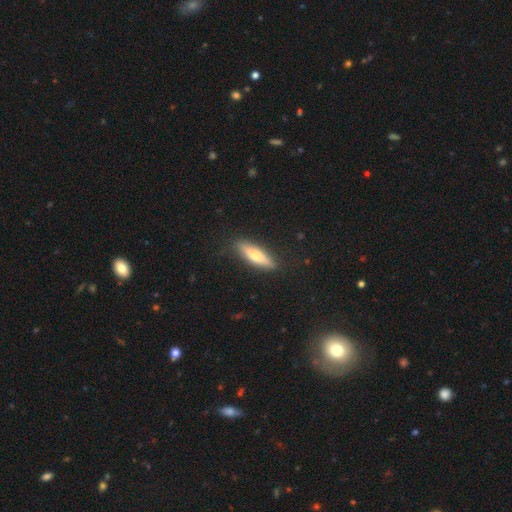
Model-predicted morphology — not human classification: The model was most divided on "smooth or featured": smooth: 62%, featured or disk: 32%, star or artifact: 6%. More confident: merging — none (86%); how rounded — cigar-shaped (68%).